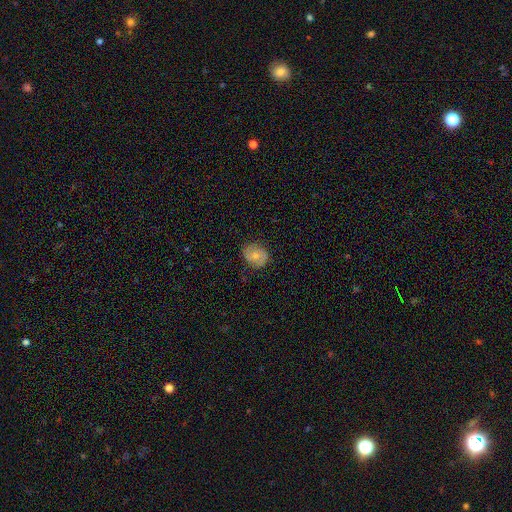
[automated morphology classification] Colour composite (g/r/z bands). It shows a smooth galaxy with no disk features (55%) that is round (58%). Merging: none (76%).